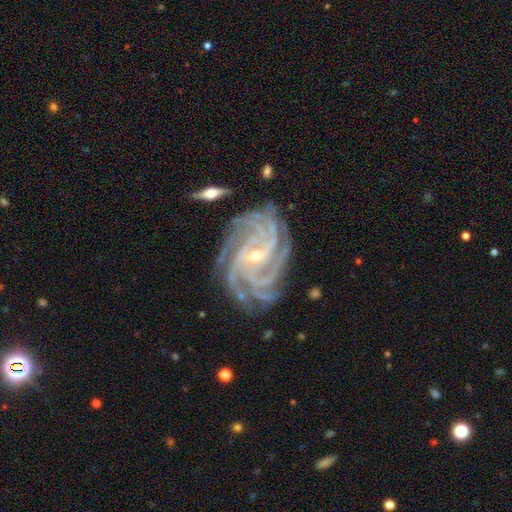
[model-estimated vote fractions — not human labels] Smooth or featured? featured or disk (93%)
Edge-on disk? no (97%)
Bar? no (40%, tied with weak)
Spiral arms? yes (99%)
Spiral winding? tight (74%)
Spiral arm count? more than 4 (35%, tied with 4)
Bulge size? small (68%)
Merging? none (79%)